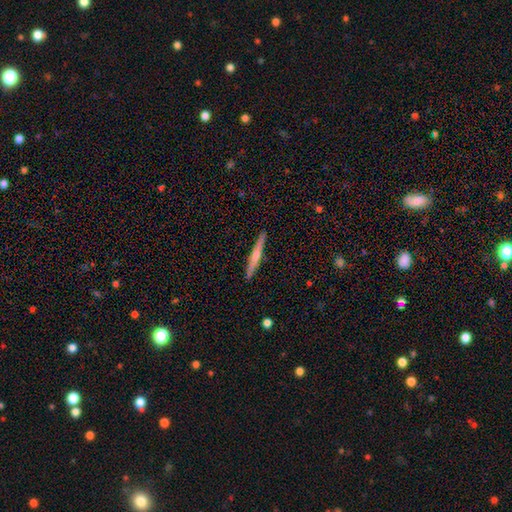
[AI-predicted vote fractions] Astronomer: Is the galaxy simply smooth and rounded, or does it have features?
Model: featured or disk — 52% (runner-up: smooth, 42%).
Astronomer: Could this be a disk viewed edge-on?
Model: yes — 97%.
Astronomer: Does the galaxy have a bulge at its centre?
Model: rounded — 63%.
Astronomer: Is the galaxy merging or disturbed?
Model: none — 91%.